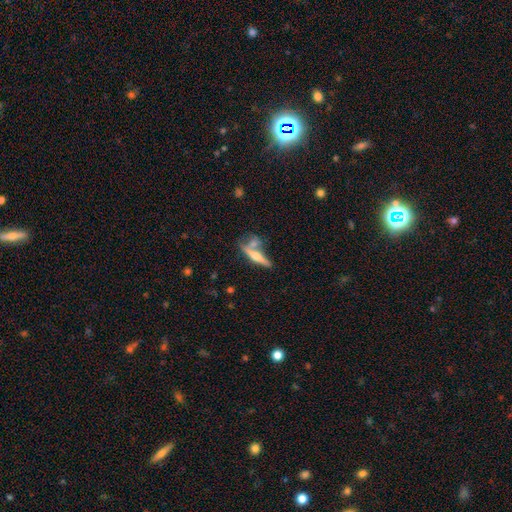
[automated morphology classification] featured or disk 56%, smooth 37%, star or artifact 7%. Down the decision tree: edge-on disk — yes (93%); edge-on bulge — rounded (88%); merging — none (55%).